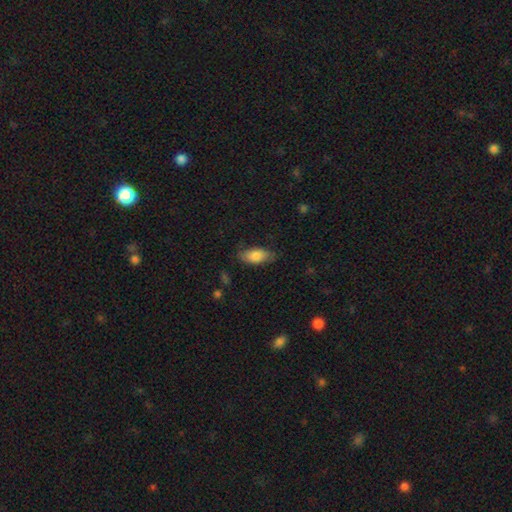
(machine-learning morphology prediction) A smooth galaxy with no disk features (82%) that is in between round and cigar-shaped (87%).

Vote fractions:
- Smooth or featured? smooth: 82% / featured or disk: 12% / star or artifact: 6%
- How rounded? in between: 87% / cigar-shaped: 10% / round: 3%
- Merging? none: 77% / minor disturbance: 18% / major disturbance: 4% / merger: 1%